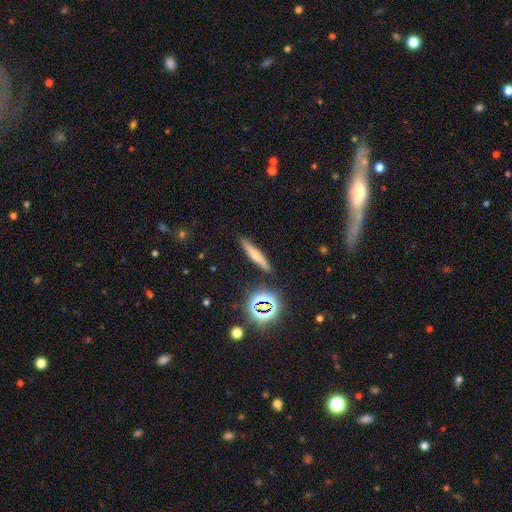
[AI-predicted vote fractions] Smooth or featured? smooth (56%)
How rounded? cigar-shaped (88%)
Merging? none (86%)